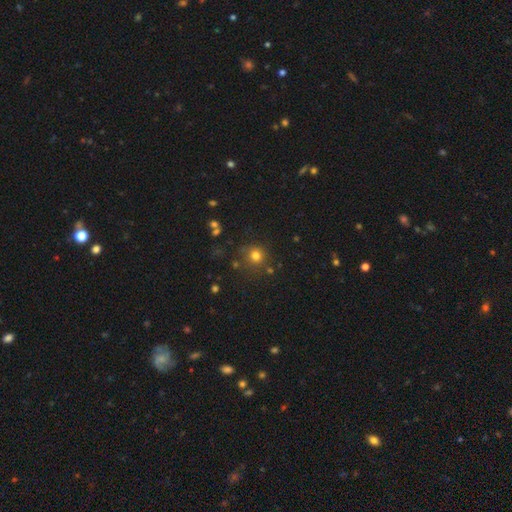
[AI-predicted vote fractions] Overall: smooth (75%). How rounded: round (91%). Merging: none (80%).